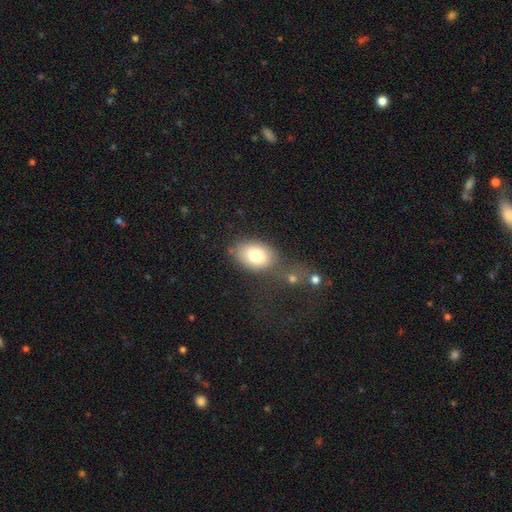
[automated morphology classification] Smooth or featured? smooth (79%)
How rounded? in between (80%)
Merging? none (60%)